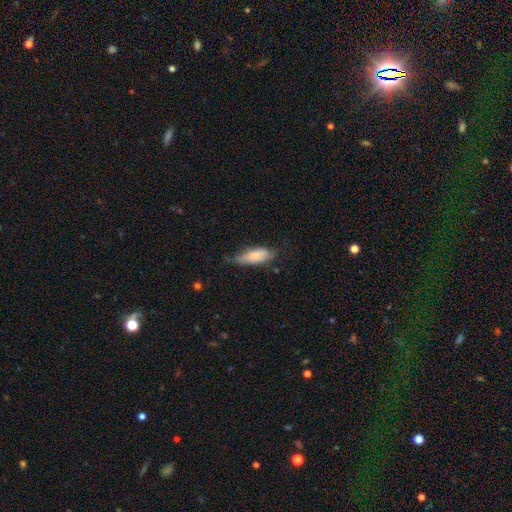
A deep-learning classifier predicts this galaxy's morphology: This appears to be a smooth galaxy with no disk features (81%) that is in between round and cigar-shaped (74%). Merging: none (43%).